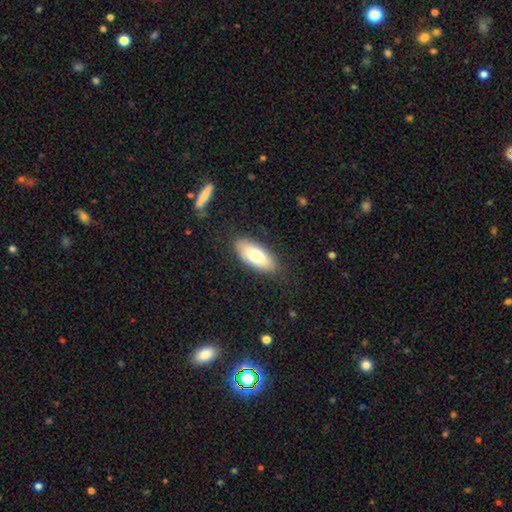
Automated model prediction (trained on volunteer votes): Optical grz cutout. It shows a smooth galaxy with no disk features (74%) that is in between round and cigar-shaped (83%). Merging: none (85%).